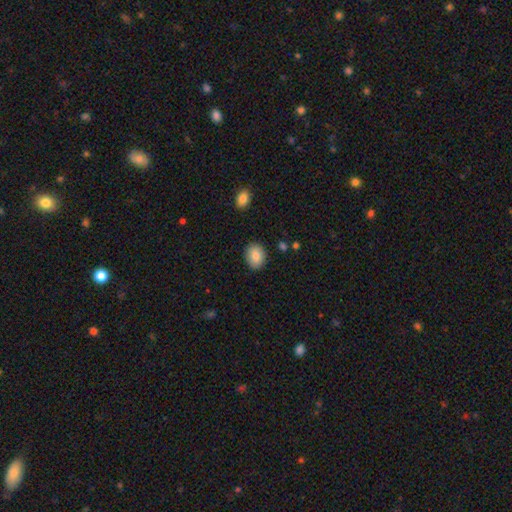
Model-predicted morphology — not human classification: A smooth galaxy with no disk features (84%) that is in between round and cigar-shaped (54%). Merging: none (88%).